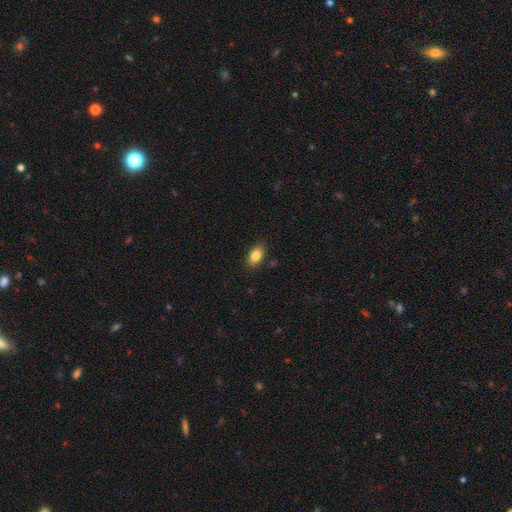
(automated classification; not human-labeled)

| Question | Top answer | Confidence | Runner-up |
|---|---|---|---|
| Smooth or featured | smooth | 84% | star or artifact (8%) |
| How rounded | in between | 87% | round (11%) |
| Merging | none | 87% | minor disturbance (10%) |